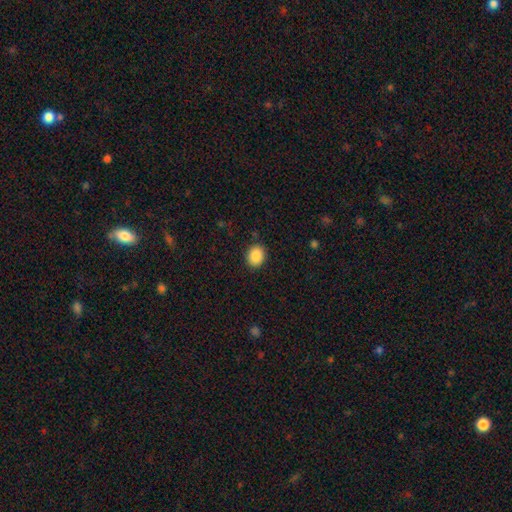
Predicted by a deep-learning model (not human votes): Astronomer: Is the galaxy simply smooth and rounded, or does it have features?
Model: smooth — 88%.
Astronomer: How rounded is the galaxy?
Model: round — 55% (runner-up: in between, 44%).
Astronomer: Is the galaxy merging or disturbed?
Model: none — 89%.